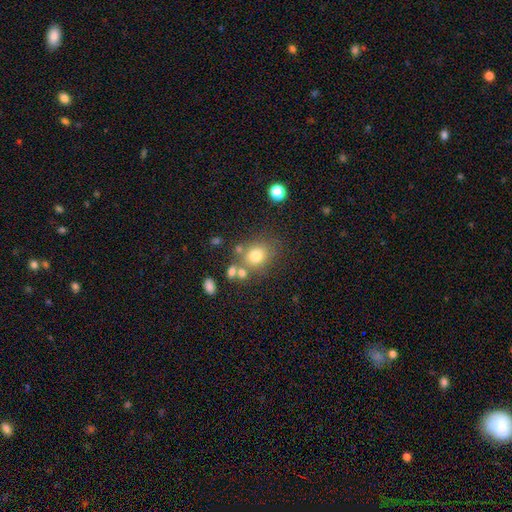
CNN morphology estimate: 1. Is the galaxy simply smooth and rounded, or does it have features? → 75% smooth, 13% star or artifact, 11% featured or disk.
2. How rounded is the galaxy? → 64% round, 35% in between, 1% cigar-shaped.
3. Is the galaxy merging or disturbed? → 63% none, 16% merger, 14% minor disturbance, 6% major disturbance.